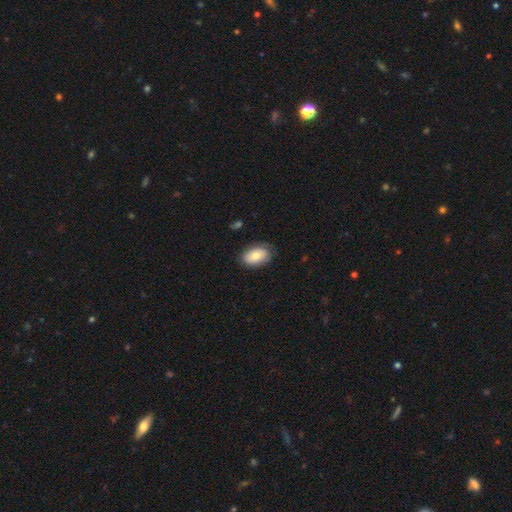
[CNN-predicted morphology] This appears to be a smooth galaxy with no disk features (72%) that is in between round and cigar-shaped (89%). Merging: none (76%).